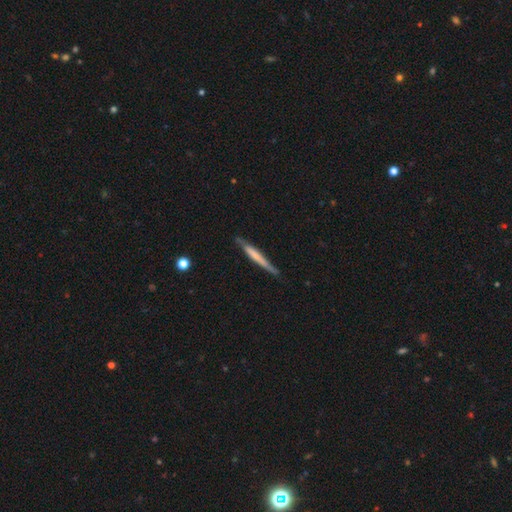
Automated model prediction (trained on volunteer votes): A smooth galaxy with no disk features (49%).

Vote fractions:
- Smooth or featured? smooth: 49% / featured or disk: 46% / star or artifact: 5%
- Merging? none: 76% / minor disturbance: 18% / major disturbance: 3% / merger: 2%